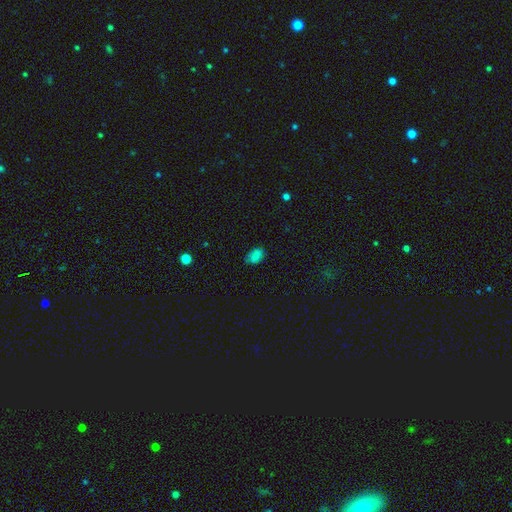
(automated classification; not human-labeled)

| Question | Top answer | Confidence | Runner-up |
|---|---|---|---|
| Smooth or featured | smooth | 83% | star or artifact (12%) |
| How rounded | in between | 90% | round (8%) |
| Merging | none | 74% | minor disturbance (21%) |